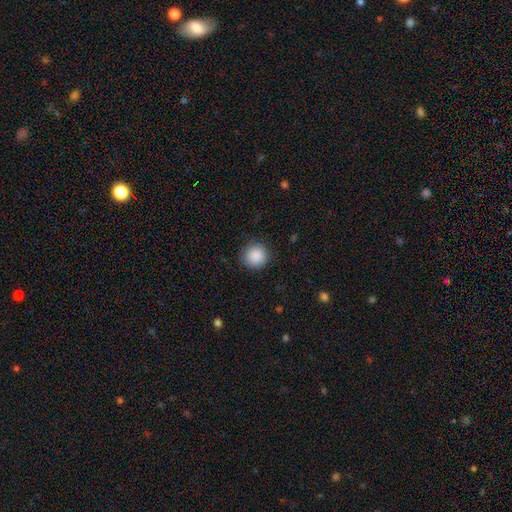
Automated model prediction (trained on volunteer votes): A smooth galaxy with no disk features (89%) that is round (94%).

Vote fractions:
- Smooth or featured? smooth: 89% / star or artifact: 9% / featured or disk: 3%
- How rounded? round: 94% / in between: 5% / cigar-shaped: 1%
- Merging? none: 89% / minor disturbance: 8% / major disturbance: 3% / merger: 1%